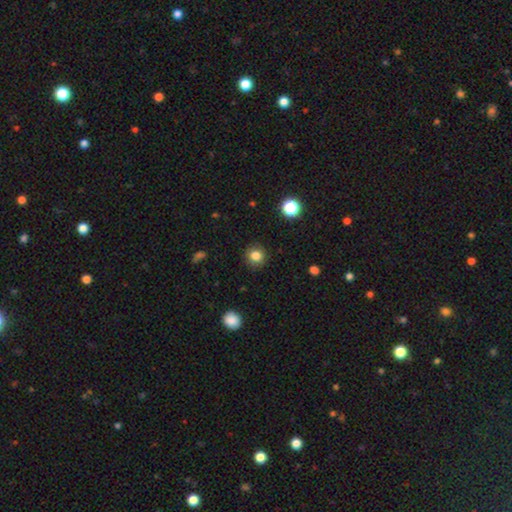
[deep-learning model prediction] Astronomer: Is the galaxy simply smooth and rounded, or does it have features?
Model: smooth — 83%.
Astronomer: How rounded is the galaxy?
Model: round — 90%.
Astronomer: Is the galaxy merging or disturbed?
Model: none — 90%.